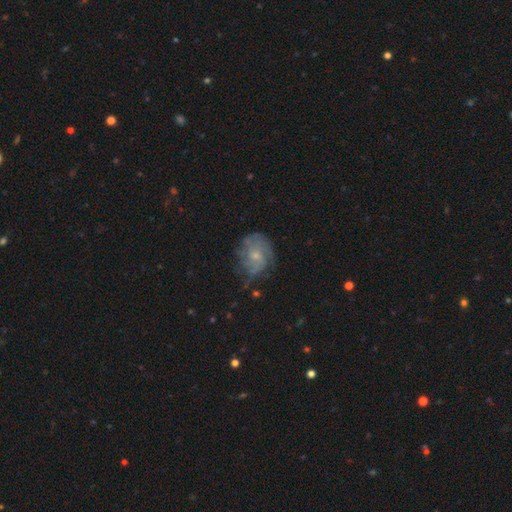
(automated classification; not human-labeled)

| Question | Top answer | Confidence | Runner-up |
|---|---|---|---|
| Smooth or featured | featured or disk | 65% | smooth (26%) |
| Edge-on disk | no | 97% | yes (3%) |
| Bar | no | 76% | weak (21%) |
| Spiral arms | yes | 82% | no (18%) |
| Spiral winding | tight | 50% | medium (36%) |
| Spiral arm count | can't tell | 46% | 2 (21%) |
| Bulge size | small | 63% | moderate (30%) |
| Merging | none | 57% | minor disturbance (27%) |